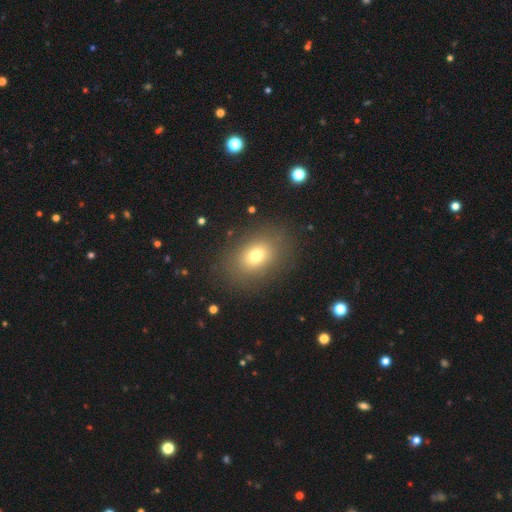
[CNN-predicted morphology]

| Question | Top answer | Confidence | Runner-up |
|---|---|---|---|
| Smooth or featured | smooth | 73% | star or artifact (14%) |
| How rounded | in between | 67% | round (32%) |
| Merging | none | 85% | minor disturbance (9%) |